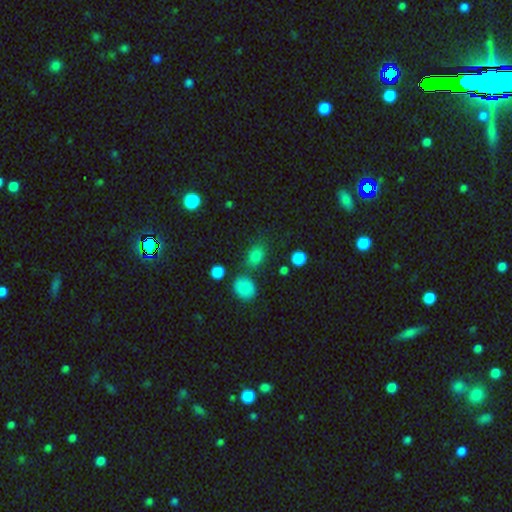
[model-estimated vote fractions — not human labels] This is clearly a smooth galaxy (81%). How rounded: likely in between (67%). Merging: likely none (68%).